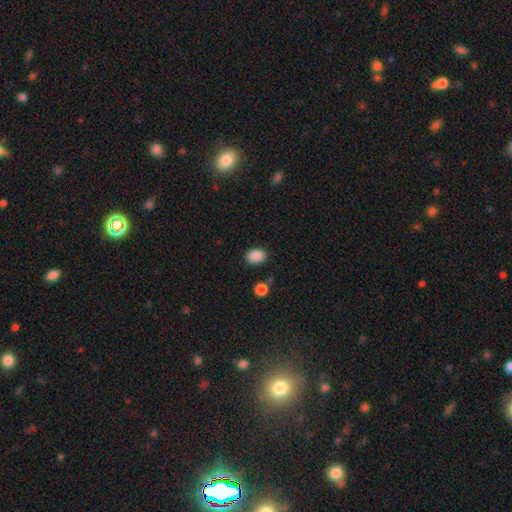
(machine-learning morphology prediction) This is clearly a smooth galaxy (88%). How rounded: likely in between (73%). Merging: clearly none (83%).